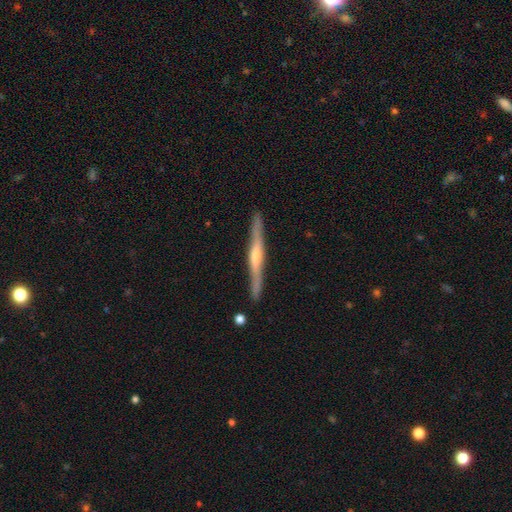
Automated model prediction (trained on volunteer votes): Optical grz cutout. It shows a featured or disk galaxy (78%) viewed edge-on (98%) with a rounded central bulge (81%). Merging: none (90%).